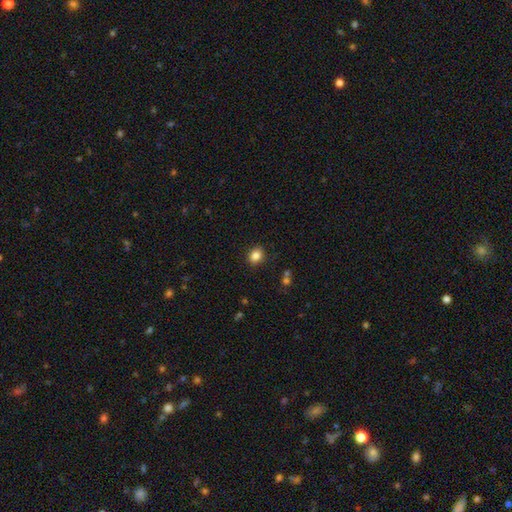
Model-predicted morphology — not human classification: smooth 85%, star or artifact 10%, featured or disk 5%. Down the decision tree: how rounded — round (56%); merging — none (88%).